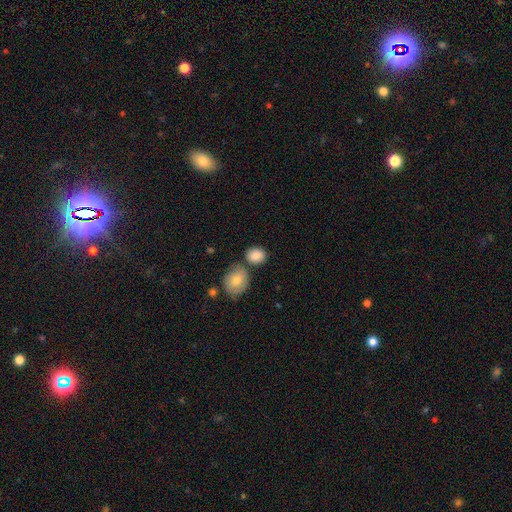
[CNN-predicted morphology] The model was most divided on "how rounded": round: 52%, in between: 47%, cigar-shaped: 1%. More confident: smooth or featured — smooth (86%); merging — none (67%).